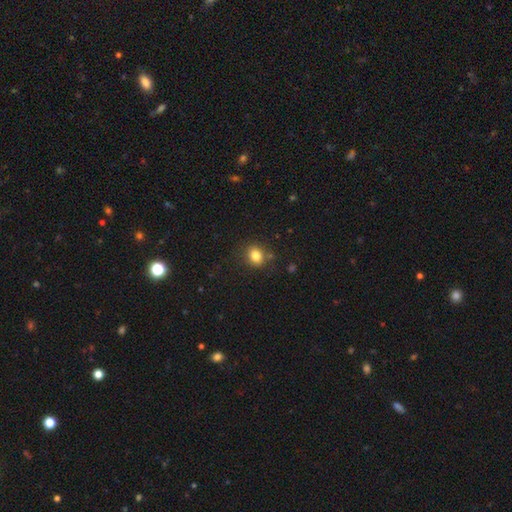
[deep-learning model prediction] Morphology: type=smooth (82%); roundness=round (65%); merging=none (81%).